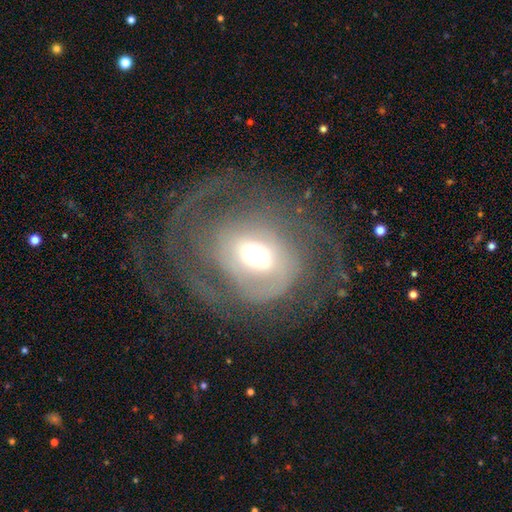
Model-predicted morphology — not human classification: featured or disk 72%, smooth 20%, star or artifact 8%. Down the decision tree: edge-on disk — no (96%); bar — no (65%); spiral arms — yes (74%); spiral arm count — 2 (37%); spiral winding — medium (38%); bulge size — moderate (60%); merging — none (43%).